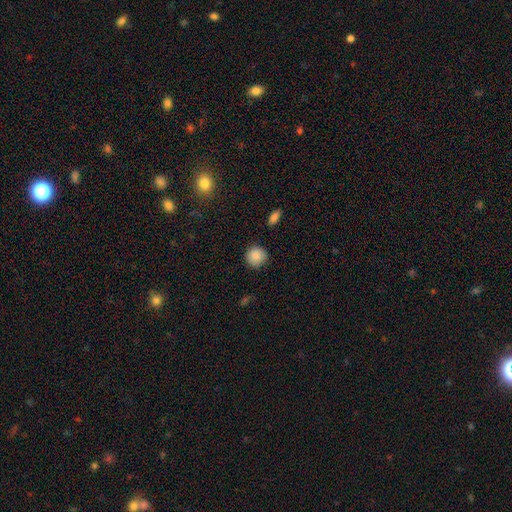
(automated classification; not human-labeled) A smooth galaxy with no disk features (88%) that is round (92%). Merging: none (89%).